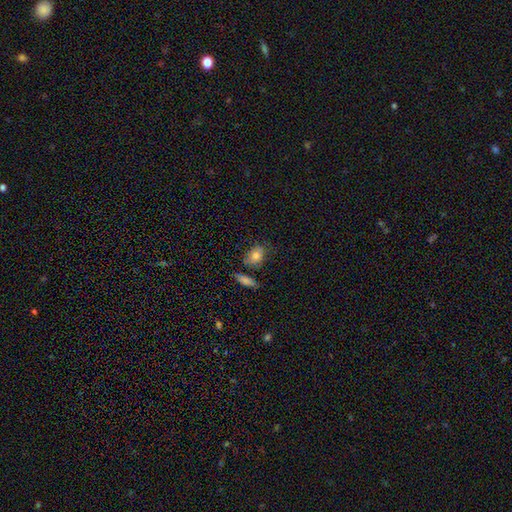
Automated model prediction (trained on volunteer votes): A smooth galaxy with no disk features (79%) that is in between round and cigar-shaped (73%). Merging: none (65%).